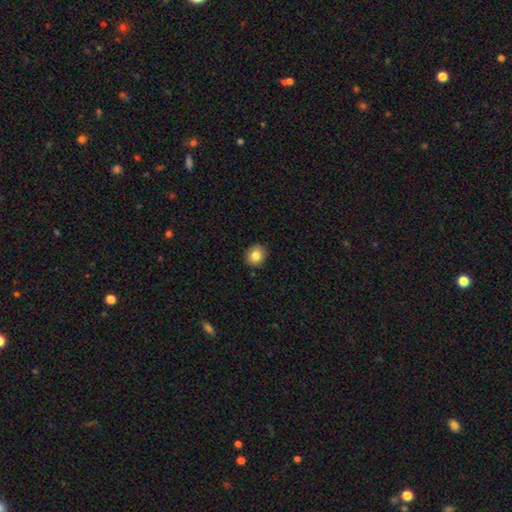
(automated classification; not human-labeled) This is clearly a smooth galaxy (83%). How rounded: likely round (76%). Merging: clearly none (89%).